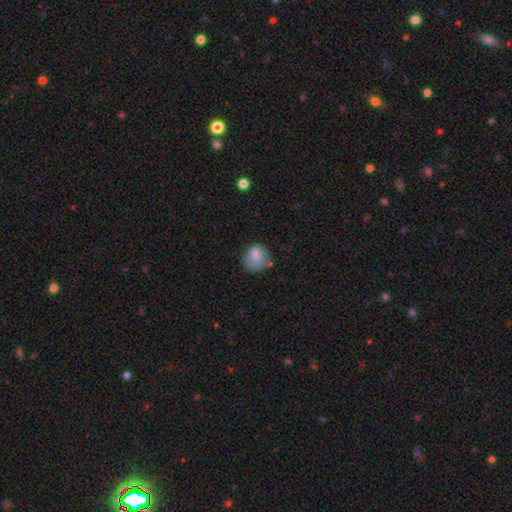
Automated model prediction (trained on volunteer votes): Smooth or featured?
  - smooth: 71% *
  - featured or disk: 21%
  - star or artifact: 8%
How rounded?
  - round: 67% *
  - in between: 32%
  - cigar-shaped: 1%
Merging?
  - none: 49% *
  - minor disturbance: 29%
  - major disturbance: 18%
  - merger: 4%